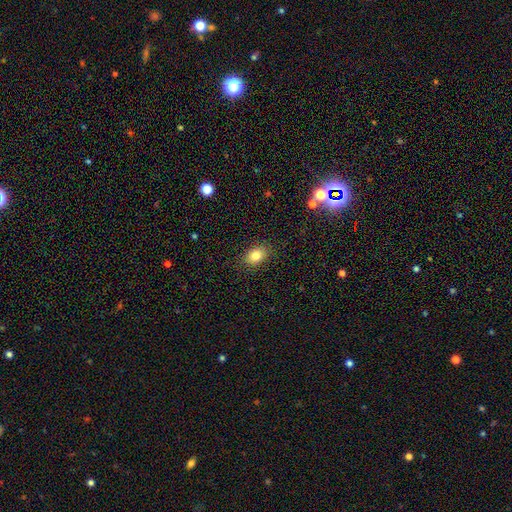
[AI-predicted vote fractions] Q: Smooth or featured?
A: smooth (81%); runner-up: star or artifact (10%)
Q: How rounded?
A: in between (79%); runner-up: round (20%)
Q: Merging?
A: none (87%); runner-up: minor disturbance (9%)